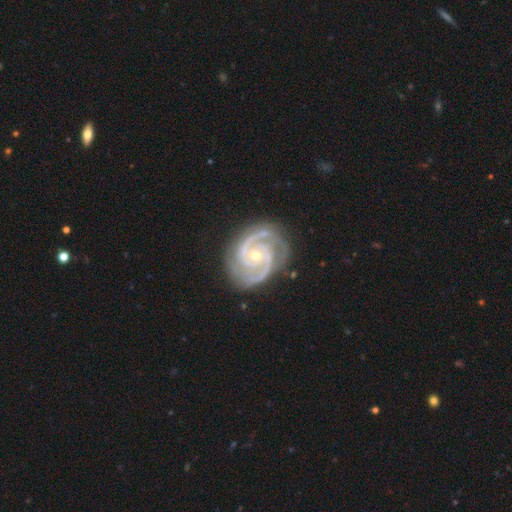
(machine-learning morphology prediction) Overall: featured or disk (94%). Edge-on disk: no (98%). Bar: no (67%). Spiral arms: yes (99%). Spiral arm count: 2 (69%). Spiral winding: tight (57%; medium 39%). Bulge size: small (56%; moderate 41%). Merging: none (79%).